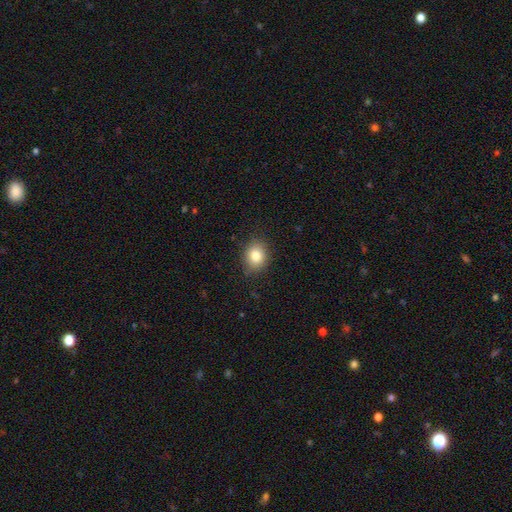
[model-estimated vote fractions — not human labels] Morphology: type=smooth (83%); roundness=in between (50%); merging=none (86%).